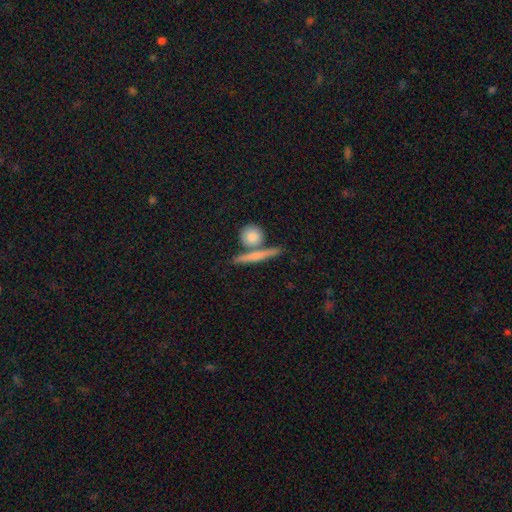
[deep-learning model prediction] This appears to be a smooth galaxy with no disk features (58%) that is cigar-shaped (63%). Merging: none (69%).